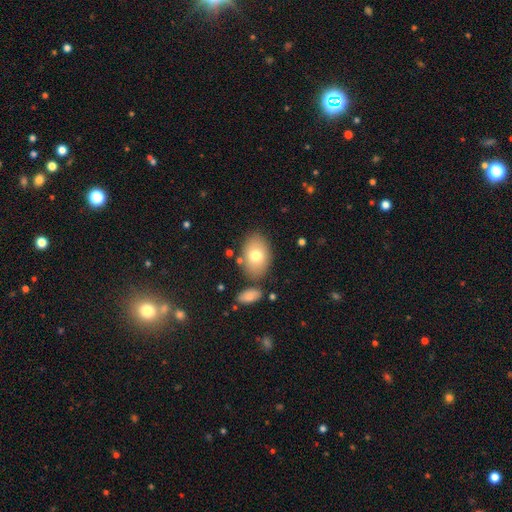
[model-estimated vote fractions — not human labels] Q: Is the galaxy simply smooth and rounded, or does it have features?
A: smooth — 74%.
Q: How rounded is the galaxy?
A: in between — 82%.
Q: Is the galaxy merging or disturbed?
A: none — 78%.